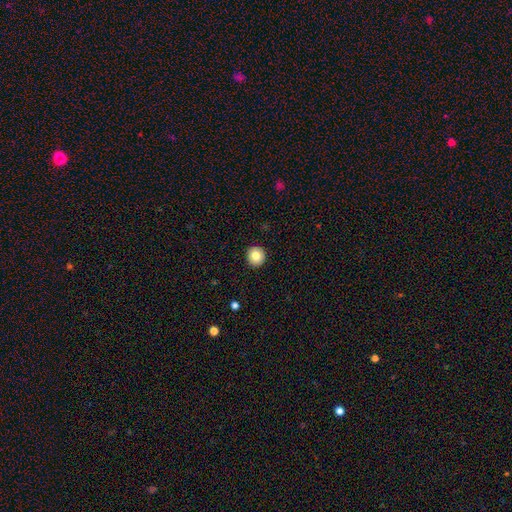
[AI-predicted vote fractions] smooth-or-featured: smooth: 82% | featured or disk: 9% | star or artifact: 9%
  how-rounded: round: 93% | in between: 6% | cigar-shaped: 1%
  merging: none: 93% | minor disturbance: 5% | major disturbance: 1% | merger: 1%